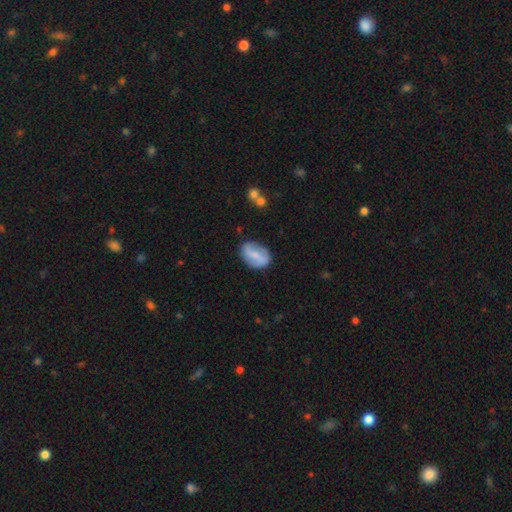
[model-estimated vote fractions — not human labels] Overall: featured or disk (48%; smooth 45%). Merging: none (76%).